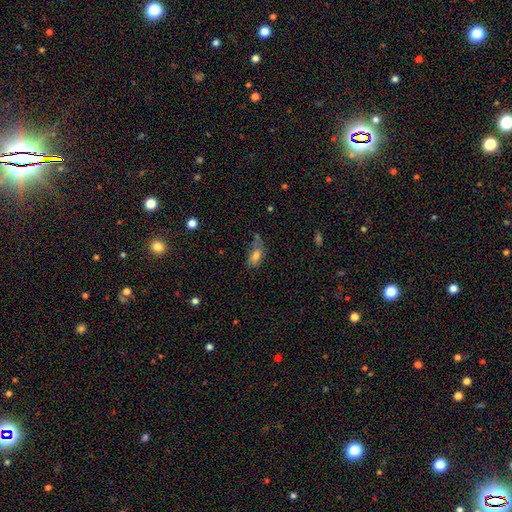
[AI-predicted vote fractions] smooth 75%, featured or disk 16%, star or artifact 10%. Down the decision tree: how rounded — in between (86%); merging — none (46%).